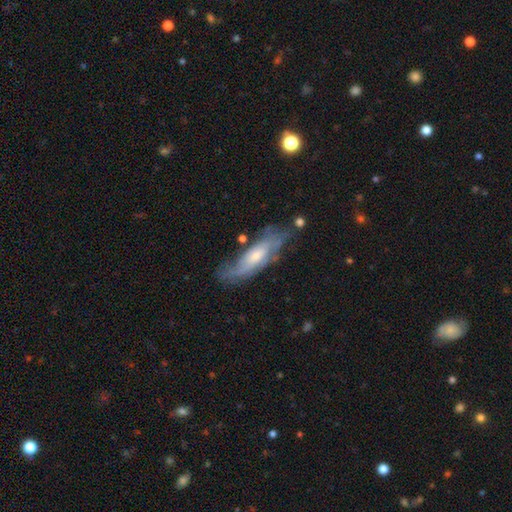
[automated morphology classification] A featured or disk galaxy (64%).

Vote fractions:
- Smooth or featured? featured or disk: 64% / smooth: 29% / star or artifact: 7%
- Edge-on disk? no: 73% / yes: 27%
- Merging? none: 60% / minor disturbance: 25% / major disturbance: 12% / merger: 3%